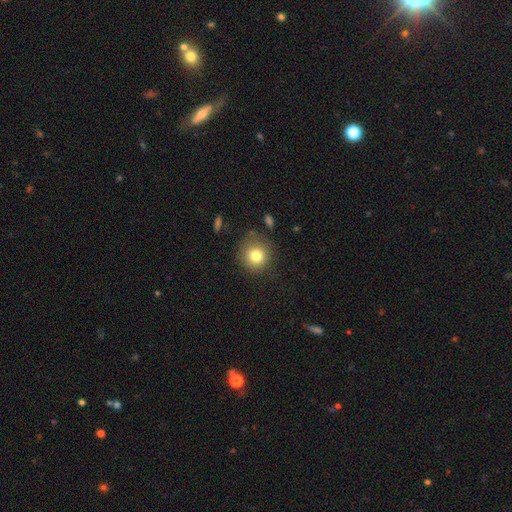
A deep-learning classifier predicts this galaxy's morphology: smooth_or_featured: smooth (p=0.80) [alt: star or artifact p=0.11]
how_rounded: round (p=0.90) [alt: in between p=0.09]
merging: none (p=0.82) [alt: minor disturbance p=0.12]